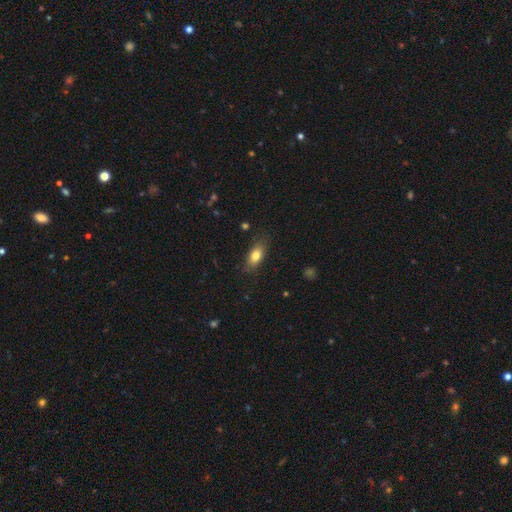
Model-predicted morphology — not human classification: Q: Smooth or featured?
A: smooth (79%); runner-up: featured or disk (13%)
Q: How rounded?
A: in between (83%); runner-up: cigar-shaped (12%)
Q: Merging?
A: none (78%); runner-up: minor disturbance (16%)